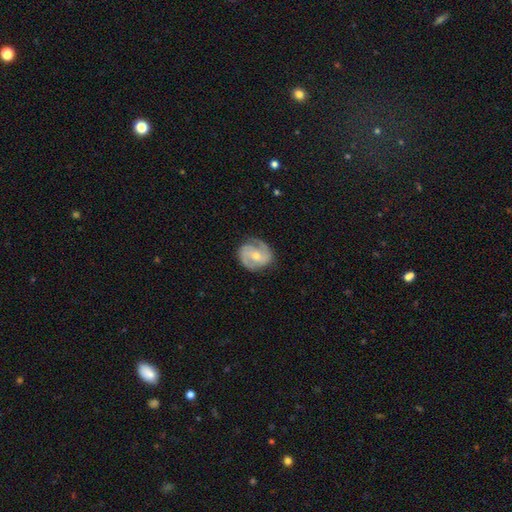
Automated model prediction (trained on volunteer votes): This is clearly a featured or disk galaxy (81%). It is clearly not viewed edge-on (97%). Bar: possibly no (46%). Spiral arm pattern: clearly yes (95%). Spiral arm count: likely 2 (66%). Spiral winding: possibly medium (45%). Central bulge: possibly small (49%). Merging: likely none (73%).